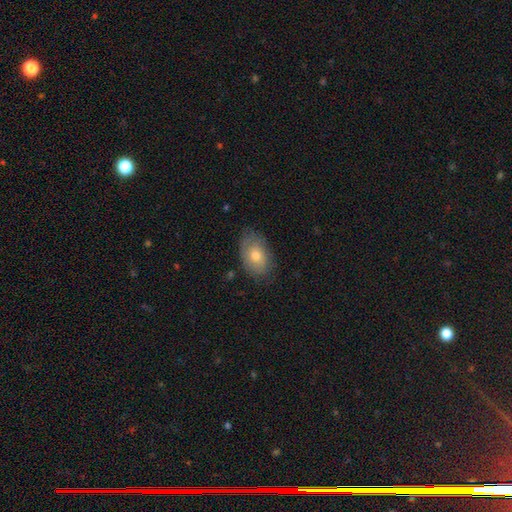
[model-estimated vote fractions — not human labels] Smooth or featured? smooth (65%)
How rounded? in between (86%)
Merging? none (75%)